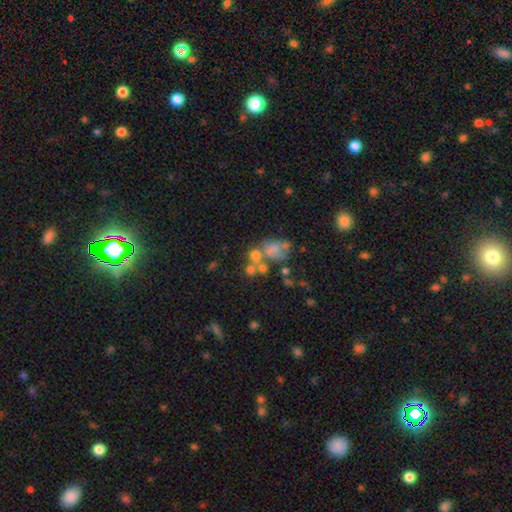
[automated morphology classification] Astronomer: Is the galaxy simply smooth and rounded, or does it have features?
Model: smooth — 44% (runner-up: featured or disk, 37%).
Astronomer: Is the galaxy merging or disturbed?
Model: merger — 43% (runner-up: none, 31%).